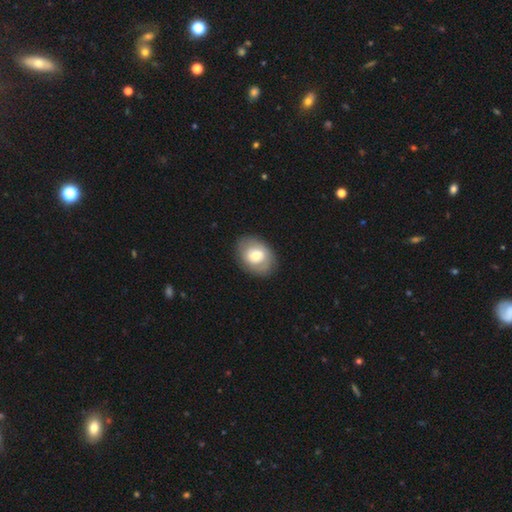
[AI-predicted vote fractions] smooth 65%, featured or disk 29%, star or artifact 7%. Down the decision tree: how rounded — in between (68%); merging — none (84%).